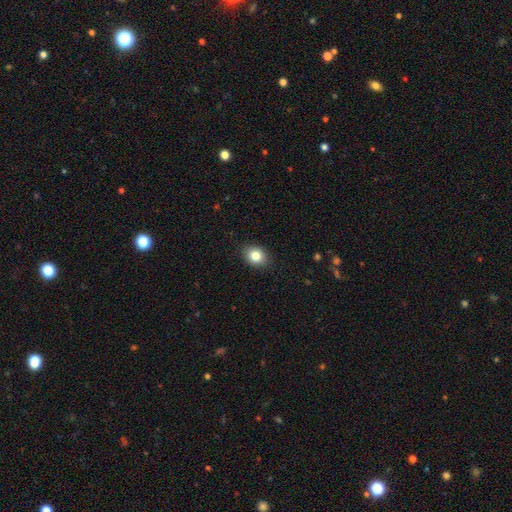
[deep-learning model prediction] Smooth or featured: smooth — 83% (star or artifact — 10%)
How rounded: round — 52% (in between — 47%)
Merging: none — 89% (minor disturbance — 8%)